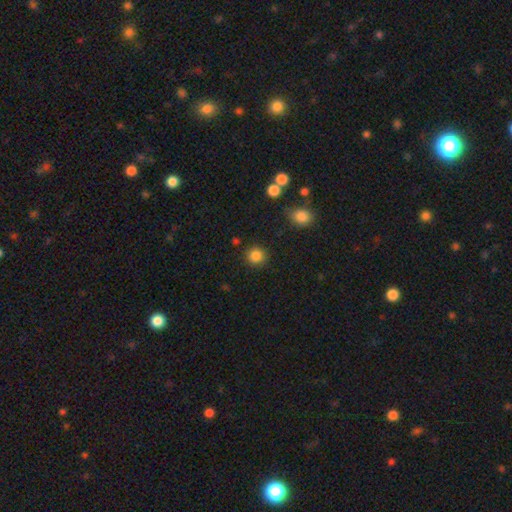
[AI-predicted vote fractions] Morphology: type=smooth (85%); roundness=round (91%); merging=none (88%).